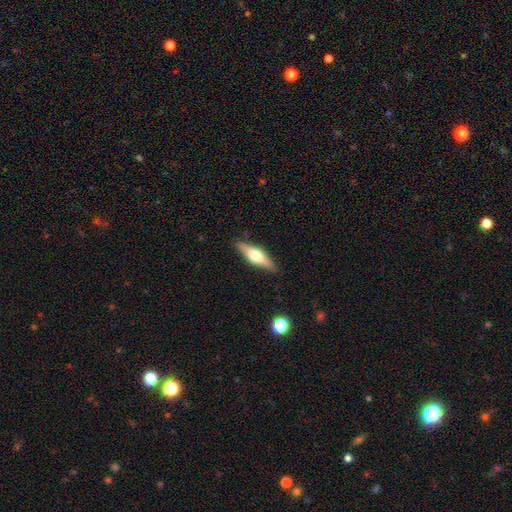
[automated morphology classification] A featured or disk galaxy (57%) viewed edge-on (95%) with a rounded central bulge (92%).

Vote fractions:
- Smooth or featured? featured or disk: 57% / smooth: 37% / star or artifact: 6%
- Edge-on disk? yes: 95% / no: 5%
- Edge-on bulge? rounded: 92% / boxy: 6% / none: 2%
- Merging? none: 88% / minor disturbance: 9% / major disturbance: 2% / merger: 1%